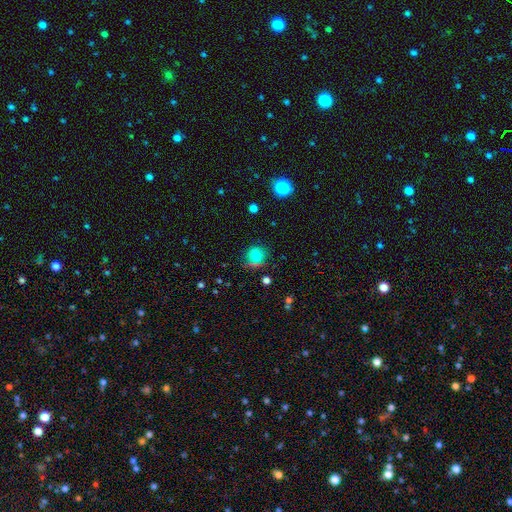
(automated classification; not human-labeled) Overall: smooth (71%). How rounded: round (74%). Merging: none (66%).